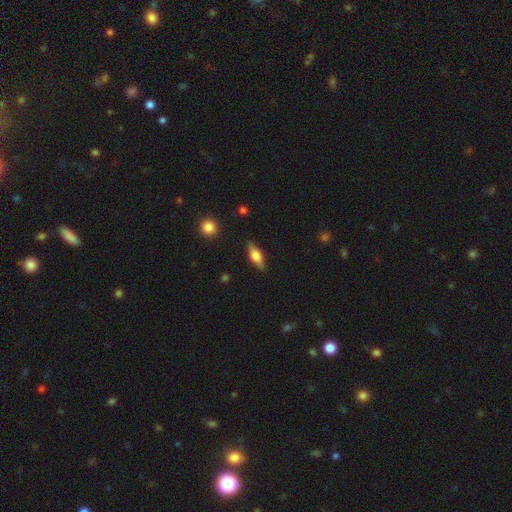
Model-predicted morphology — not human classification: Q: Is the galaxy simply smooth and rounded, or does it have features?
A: smooth — 54%.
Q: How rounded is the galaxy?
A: in between — 64%.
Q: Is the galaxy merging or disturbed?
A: none — 85%.